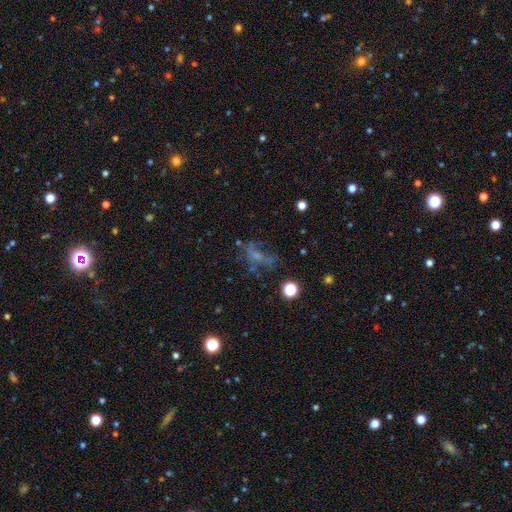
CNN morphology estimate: A featured or disk galaxy (39%).

Vote fractions:
- Smooth or featured? featured or disk: 39% / smooth: 35% / star or artifact: 26%
- Merging? none: 38% / major disturbance: 34% / minor disturbance: 19% / merger: 9%